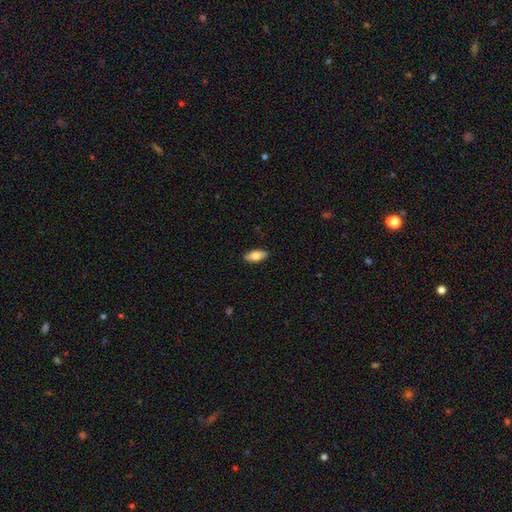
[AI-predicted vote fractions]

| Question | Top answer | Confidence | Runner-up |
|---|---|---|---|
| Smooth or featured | smooth | 75% | featured or disk (18%) |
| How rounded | in between | 86% | cigar-shaped (11%) |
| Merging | none | 89% | minor disturbance (8%) |